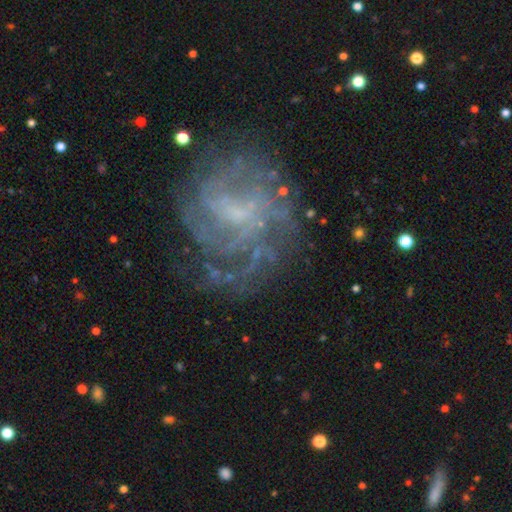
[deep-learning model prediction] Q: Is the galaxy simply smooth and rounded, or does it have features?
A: featured or disk — 77%.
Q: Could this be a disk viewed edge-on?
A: no — 98%.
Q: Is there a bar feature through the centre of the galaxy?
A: no — 52%.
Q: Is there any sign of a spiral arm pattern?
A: yes — 79%.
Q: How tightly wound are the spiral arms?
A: tight — 45%.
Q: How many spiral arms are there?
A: can't tell — 47%.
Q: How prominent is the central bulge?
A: none — 41%.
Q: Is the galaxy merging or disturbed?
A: none — 63%.